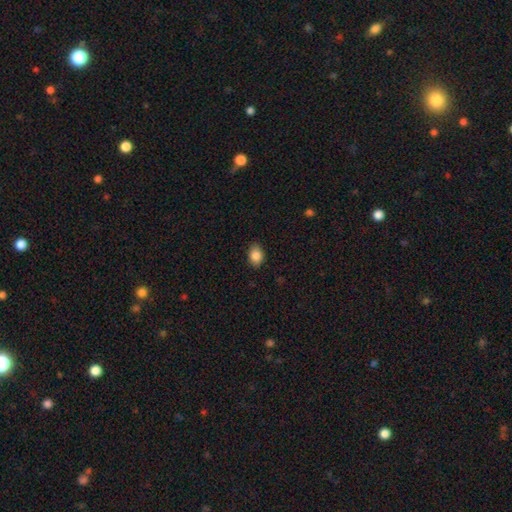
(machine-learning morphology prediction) Smooth or featured?
  - smooth: 87% *
  - star or artifact: 9%
  - featured or disk: 5%
How rounded?
  - in between: 67% *
  - round: 32%
  - cigar-shaped: 1%
Merging?
  - none: 86% *
  - minor disturbance: 10%
  - major disturbance: 2%
  - merger: 1%